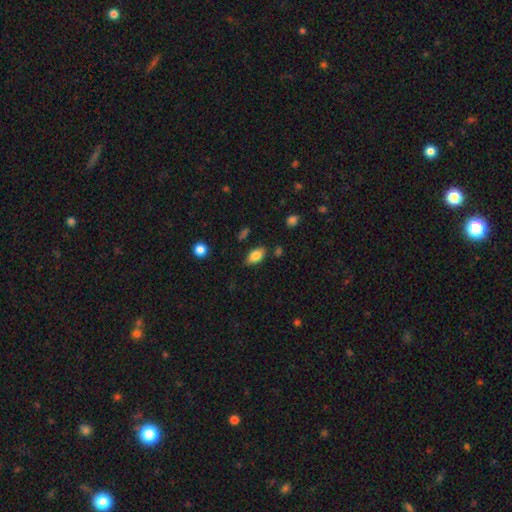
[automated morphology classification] Smooth or featured?
  - smooth: 81% *
  - featured or disk: 10%
  - star or artifact: 8%
How rounded?
  - in between: 90% *
  - round: 6%
  - cigar-shaped: 4%
Merging?
  - none: 80% *
  - minor disturbance: 14%
  - major disturbance: 3%
  - merger: 3%